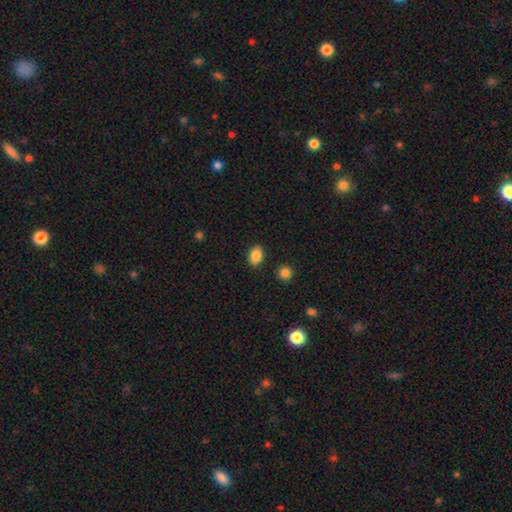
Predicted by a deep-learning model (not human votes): Smooth or featured? Predicted: smooth (p=0.87). How rounded? Predicted: in between (p=0.81). Merging? Predicted: none (p=0.87).